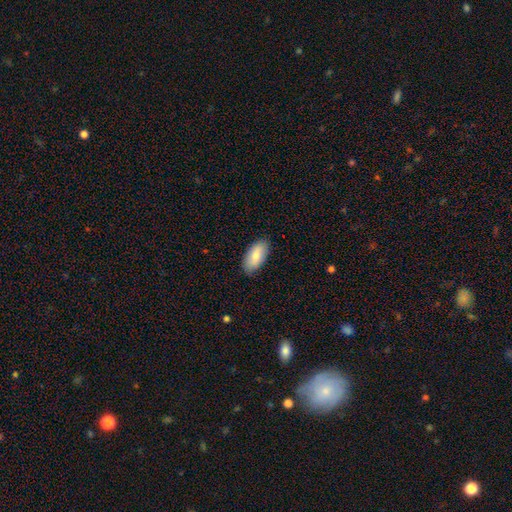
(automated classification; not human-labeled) smooth_or_featured: smooth (p=0.80) [alt: featured or disk p=0.14]
how_rounded: in between (p=0.93) [alt: cigar-shaped p=0.05]
merging: none (p=0.84) [alt: minor disturbance p=0.12]